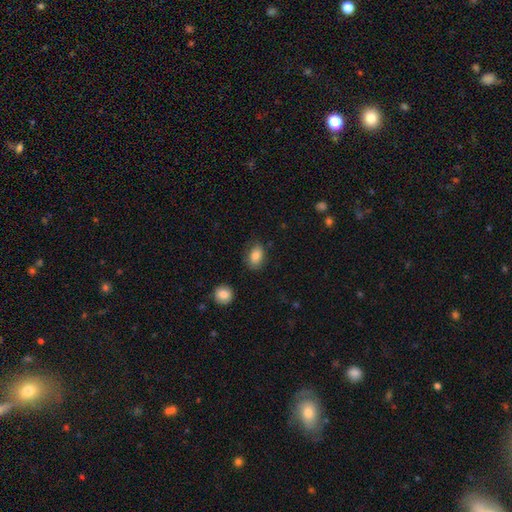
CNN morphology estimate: Smooth or featured: smooth — 83% (featured or disk — 9%)
How rounded: in between — 84% (round — 14%)
Merging: none — 74% (minor disturbance — 19%)